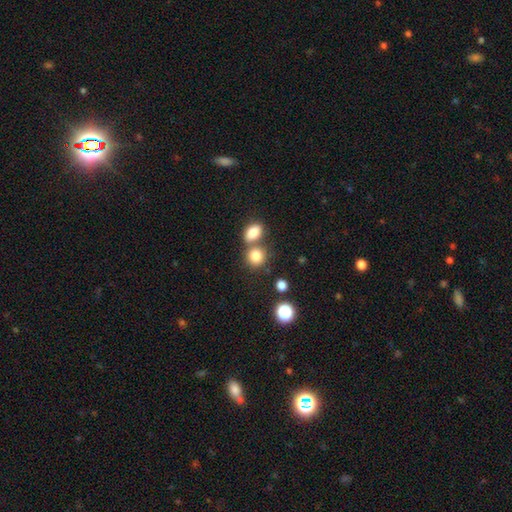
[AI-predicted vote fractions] smooth_or_featured: smooth (p=0.81) [alt: star or artifact p=0.11]
how_rounded: round (p=0.72) [alt: in between p=0.27]
merging: none (p=0.51) [alt: merger p=0.36]